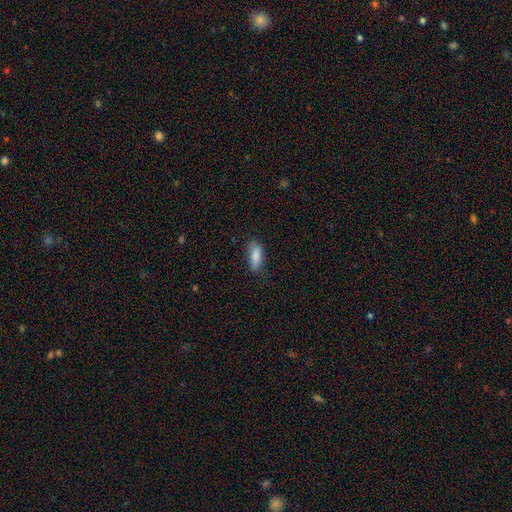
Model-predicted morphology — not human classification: Q: Smooth or featured?
A: smooth (84%); runner-up: featured or disk (9%)
Q: How rounded?
A: in between (70%); runner-up: cigar-shaped (28%)
Q: Merging?
A: none (75%); runner-up: minor disturbance (19%)